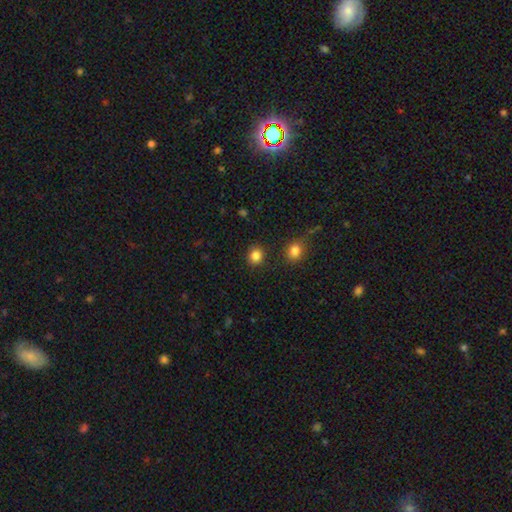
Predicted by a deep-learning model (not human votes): Smooth or featured? Predicted: smooth (p=0.85). How rounded? Predicted: round (p=0.83). Merging? Predicted: none (p=0.88).